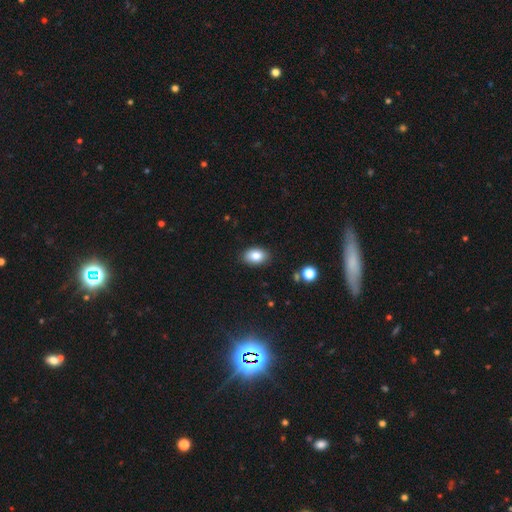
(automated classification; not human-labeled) Smooth or featured? Predicted: smooth (p=0.85). How rounded? Predicted: in between (p=0.85). Merging? Predicted: none (p=0.87).